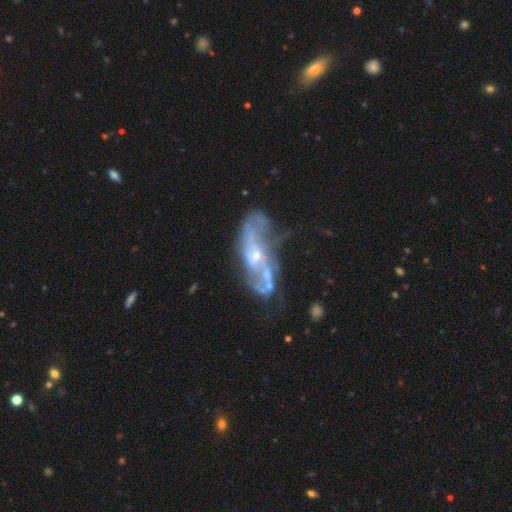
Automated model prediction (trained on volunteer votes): Morphology: type=featured or disk (79%); edge-on=no (92%); bar=no (58%); spiral arms=yes (71%); winding=loose (50%); arm count=2 (54%); bulge=small (60%); merging=none (37%).